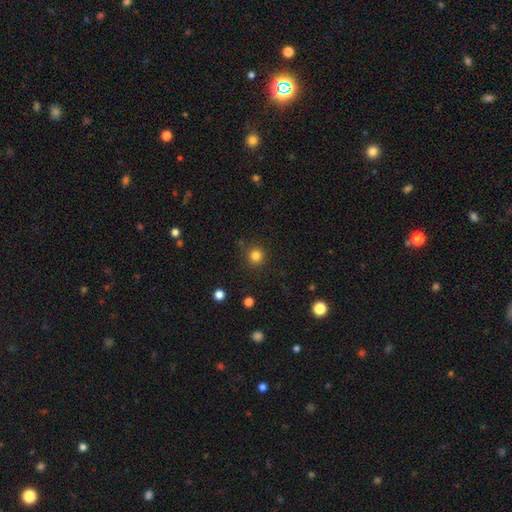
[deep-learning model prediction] This appears to be a smooth galaxy with no disk features (82%) that is round (94%). Merging: none (87%).